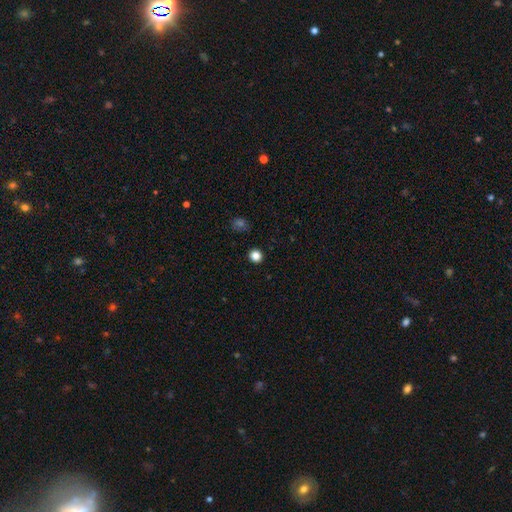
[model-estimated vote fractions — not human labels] Overall: smooth (84%). How rounded: round (92%). Merging: none (92%).